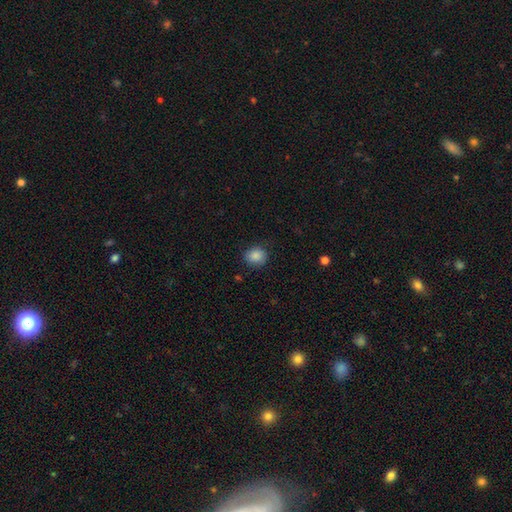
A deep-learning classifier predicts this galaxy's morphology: Smooth or featured? smooth (87%)
How rounded? round (70%)
Merging? none (83%)